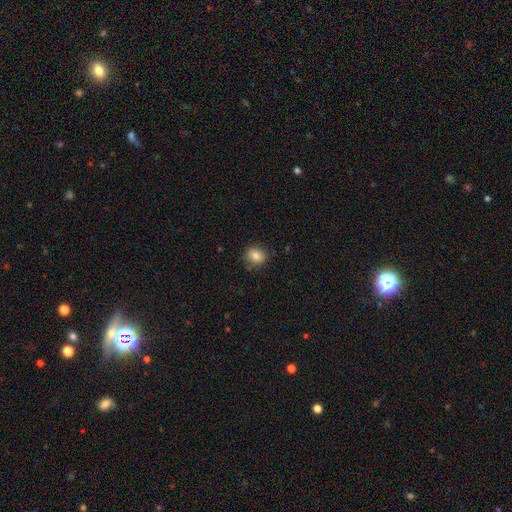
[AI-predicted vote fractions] Smooth or featured? Predicted: smooth (p=0.82). How rounded? Predicted: round (p=0.66). Merging? Predicted: none (p=0.82).